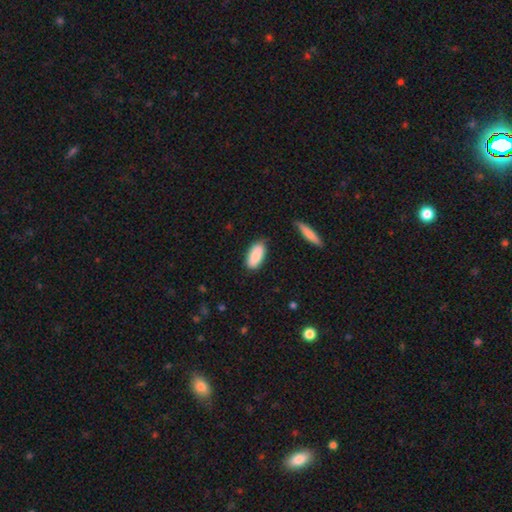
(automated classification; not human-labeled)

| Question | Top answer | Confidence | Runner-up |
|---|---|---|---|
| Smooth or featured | smooth | 87% | featured or disk (7%) |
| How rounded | in between | 87% | cigar-shaped (11%) |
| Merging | none | 81% | minor disturbance (14%) |